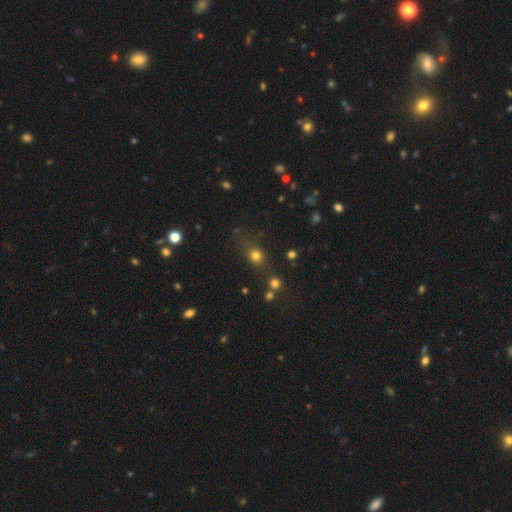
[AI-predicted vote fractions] Q: Smooth or featured?
A: smooth (74%); runner-up: star or artifact (19%)
Q: How rounded?
A: round (80%); runner-up: in between (18%)
Q: Merging?
A: none (71%); runner-up: minor disturbance (14%)